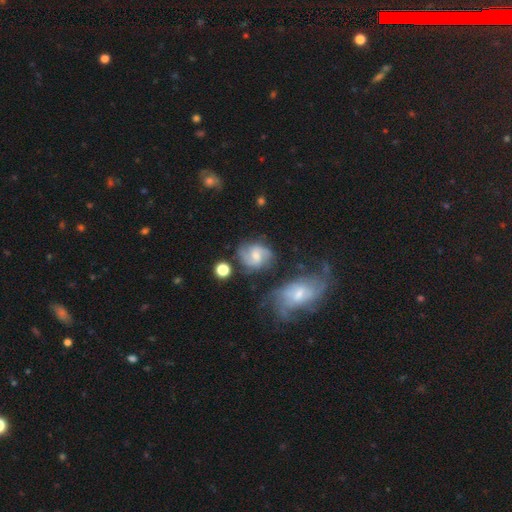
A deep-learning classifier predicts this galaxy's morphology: Smooth or featured?
  - featured or disk: 68% *
  - smooth: 25%
  - star or artifact: 8%
Edge-on disk?
  - no: 97% *
  - yes: 3%
Bar?
  - weak: 49% *
  - no: 43%
  - strong: 9%
Spiral arms?
  - yes: 92% *
  - no: 8%
Spiral winding?
  - medium: 47% *
  - loose: 32%
  - tight: 21%
Spiral arm count?
  - 2: 71% *
  - can't tell: 12%
  - 3: 9%
  - 1: 3%
  - 4: 2%
  - more than 4: 2%
Bulge size?
  - moderate: 47% *
  - small: 36%
  - none: 10%
  - large: 6%
  - dominant: 1%
Merging?
  - none: 65% *
  - minor disturbance: 19%
  - major disturbance: 8%
  - merger: 7%